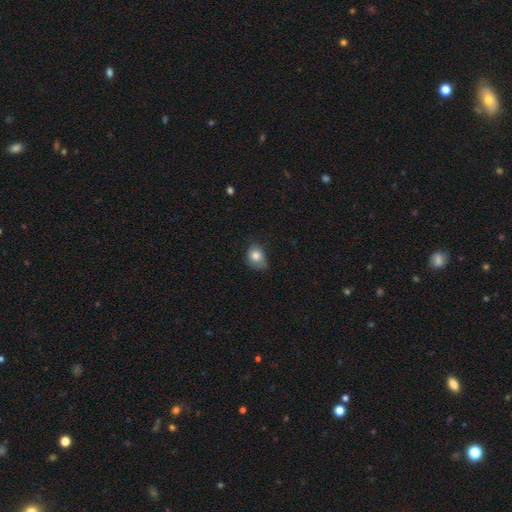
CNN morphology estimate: Q: Smooth or featured?
A: smooth (78%); runner-up: featured or disk (13%)
Q: How rounded?
A: round (52%); runner-up: in between (47%)
Q: Merging?
A: none (49%); runner-up: minor disturbance (37%)